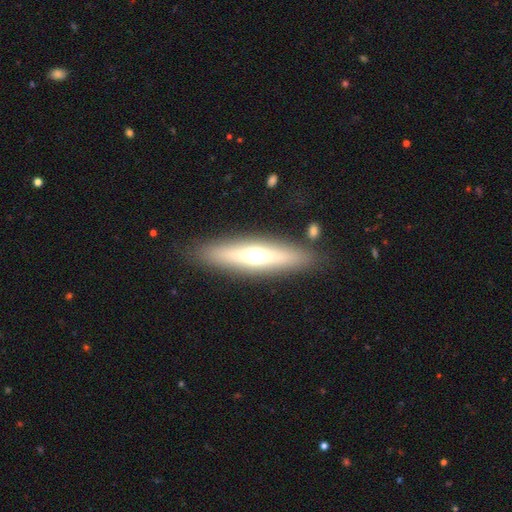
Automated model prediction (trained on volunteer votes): Smooth or featured? featured or disk (49%)
Merging? none (85%)